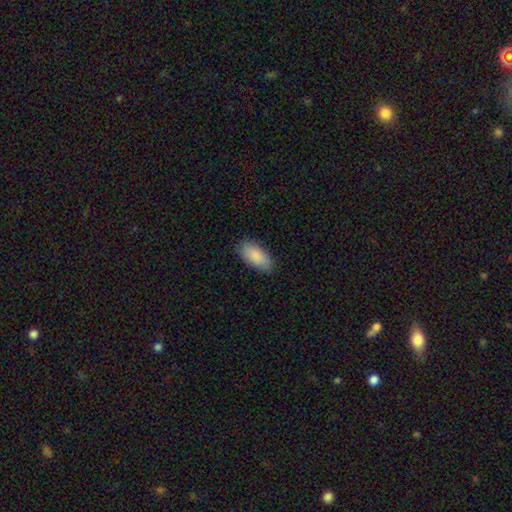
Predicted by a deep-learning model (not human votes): A smooth galaxy with no disk features (88%) that is in between round and cigar-shaped (91%). Merging: none (85%).